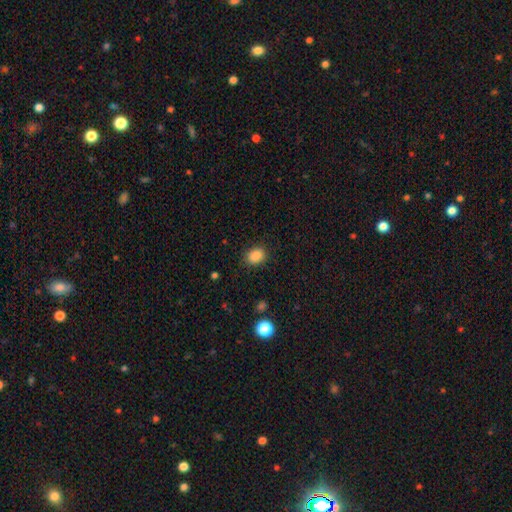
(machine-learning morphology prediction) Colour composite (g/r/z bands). It shows a smooth galaxy with no disk features (87%) that is in between round and cigar-shaped (61%). Merging: none (86%).